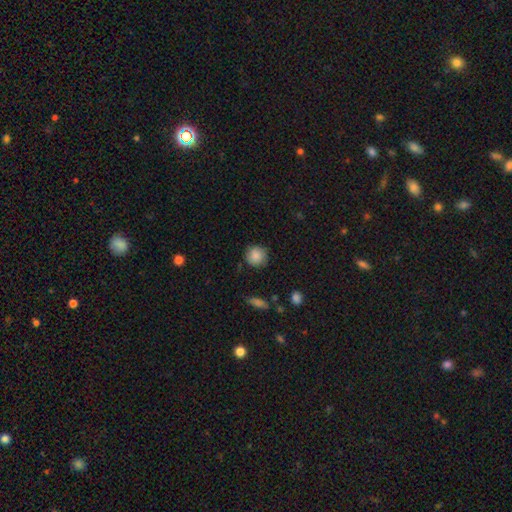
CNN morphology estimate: Overall: smooth (83%). How rounded: round (90%). Merging: none (80%).